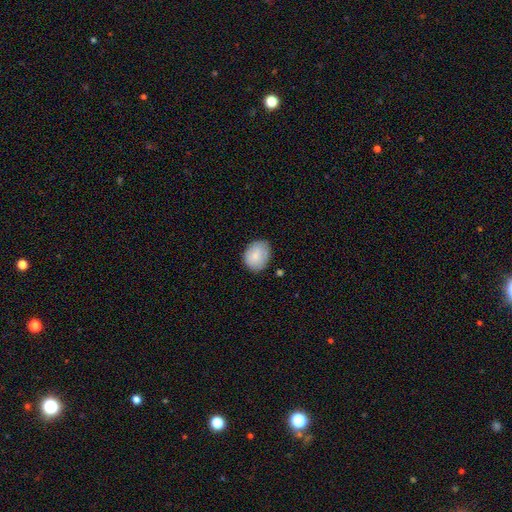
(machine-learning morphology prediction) This appears to be a smooth galaxy with no disk features (83%) that is in between round and cigar-shaped (56%). Merging: none (73%).